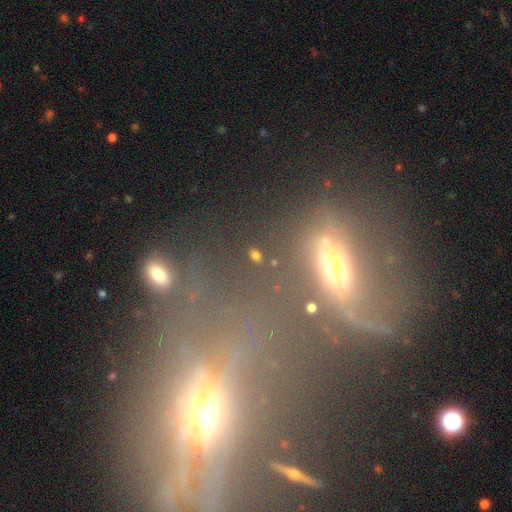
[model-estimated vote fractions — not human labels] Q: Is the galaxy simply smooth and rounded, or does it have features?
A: smooth — 68%.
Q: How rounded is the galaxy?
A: in between — 72%.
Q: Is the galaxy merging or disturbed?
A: none — 85%.